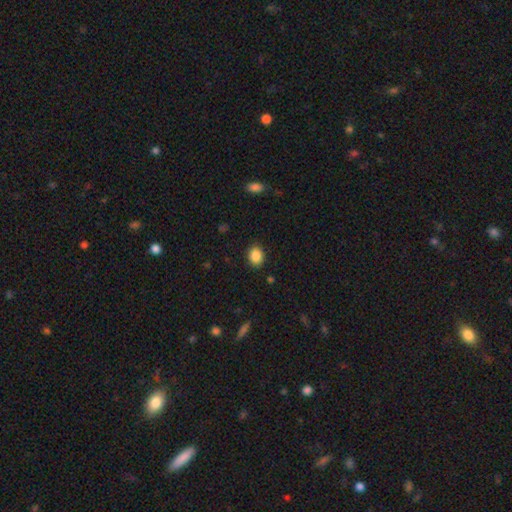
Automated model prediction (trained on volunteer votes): smooth-or-featured: smooth: 88% | star or artifact: 9% | featured or disk: 3%
  how-rounded: in between: 59% | round: 40% | cigar-shaped: 1%
  merging: none: 88% | minor disturbance: 9% | major disturbance: 2% | merger: 1%